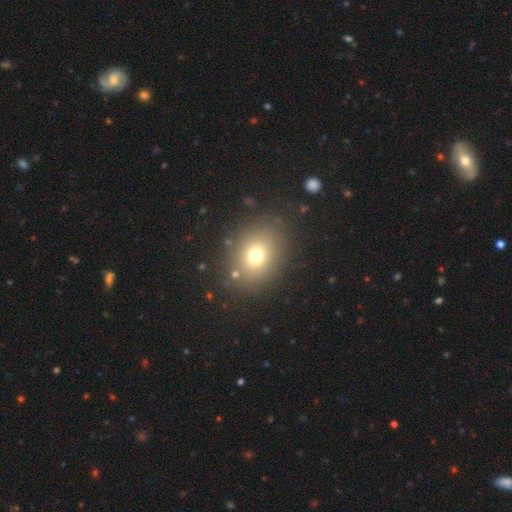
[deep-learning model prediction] A smooth galaxy with no disk features (71%) that is in between round and cigar-shaped (50%).

Vote fractions:
- Smooth or featured? smooth: 71% / star or artifact: 16% / featured or disk: 13%
- How rounded? in between: 50% / round: 49% / cigar-shaped: 1%
- Merging? none: 82% / minor disturbance: 10% / major disturbance: 5% / merger: 3%